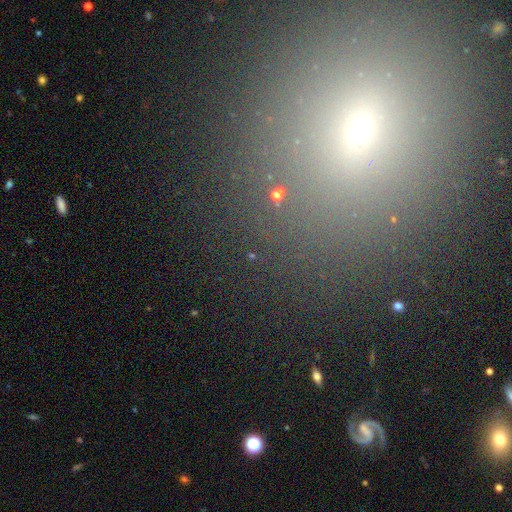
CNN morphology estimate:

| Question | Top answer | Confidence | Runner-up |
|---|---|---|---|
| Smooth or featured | smooth | 47% | star or artifact (41%) |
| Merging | none | 87% | minor disturbance (7%) |